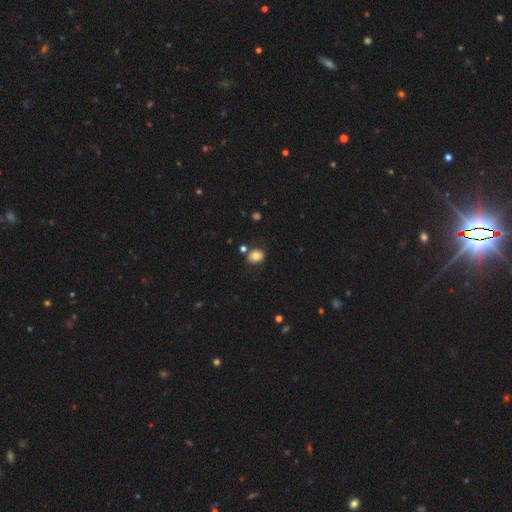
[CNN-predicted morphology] This appears to be a smooth galaxy with no disk features (80%) that is round (53%). Merging: none (79%).